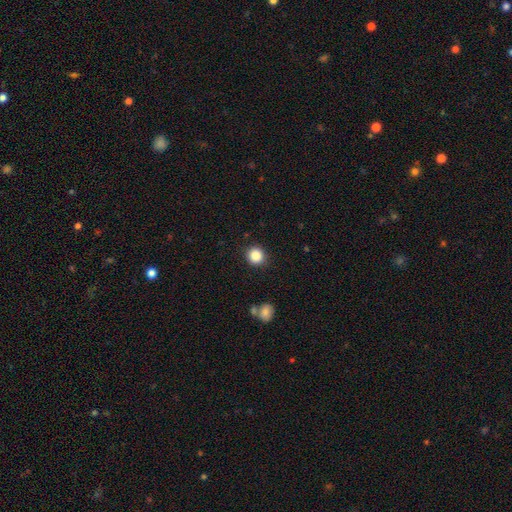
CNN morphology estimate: This appears to be a smooth galaxy with no disk features (87%) that is round (91%). Merging: none (90%).